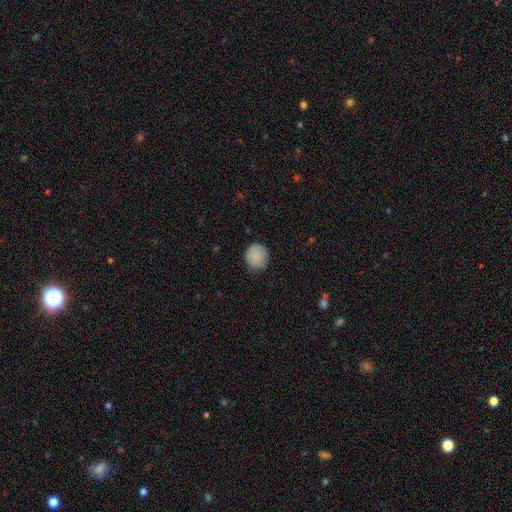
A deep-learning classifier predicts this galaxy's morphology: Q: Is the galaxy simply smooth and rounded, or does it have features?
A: smooth — 87%.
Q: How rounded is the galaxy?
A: round — 85%.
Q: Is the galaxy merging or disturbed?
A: none — 81%.